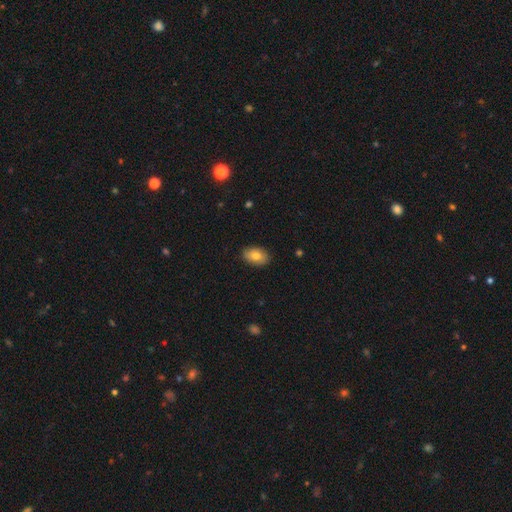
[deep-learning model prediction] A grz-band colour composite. It shows a smooth galaxy with no disk features (78%) that is in between round and cigar-shaped (89%). Merging: none (87%).